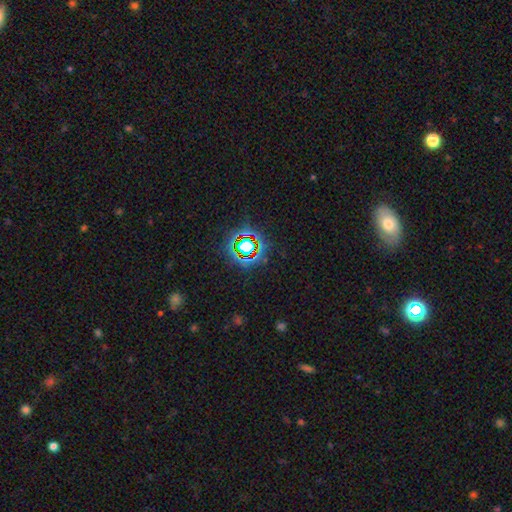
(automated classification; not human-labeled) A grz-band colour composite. It shows a star or artifact, not a galaxy (74%).